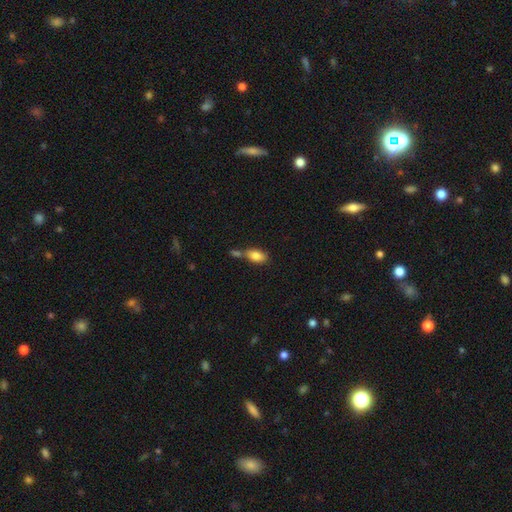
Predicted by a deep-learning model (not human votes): A smooth galaxy with no disk features (83%) that is in between round and cigar-shaped (90%). Merging: none (47%).